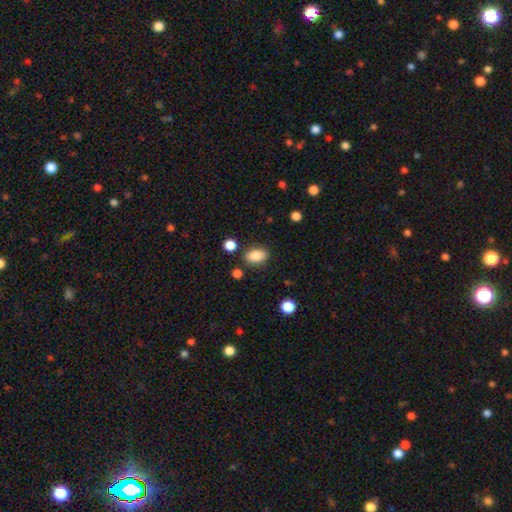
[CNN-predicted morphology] Q: Smooth or featured?
A: smooth (86%); runner-up: star or artifact (9%)
Q: How rounded?
A: in between (85%); runner-up: round (13%)
Q: Merging?
A: none (81%); runner-up: minor disturbance (12%)